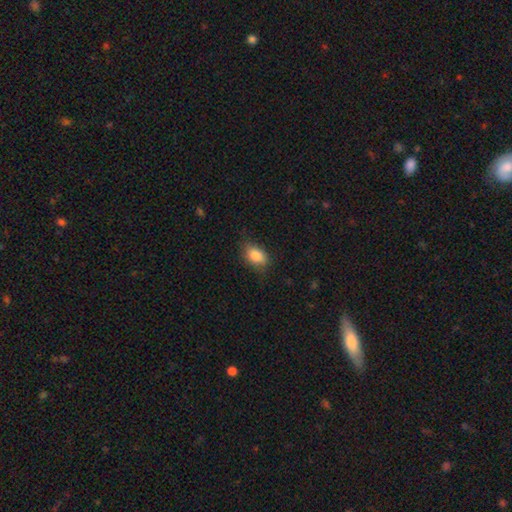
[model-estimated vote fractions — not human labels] The model was most divided on "merging": none: 76%, minor disturbance: 19%, major disturbance: 4%, merger: 1%. More confident: smooth or featured — smooth (84%); how rounded — in between (83%).